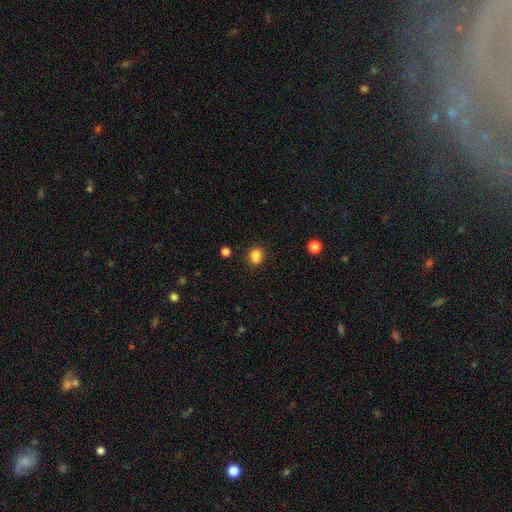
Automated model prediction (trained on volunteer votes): smooth 83%, star or artifact 12%, featured or disk 6%. Down the decision tree: how rounded — round (61%); merging — none (70%).